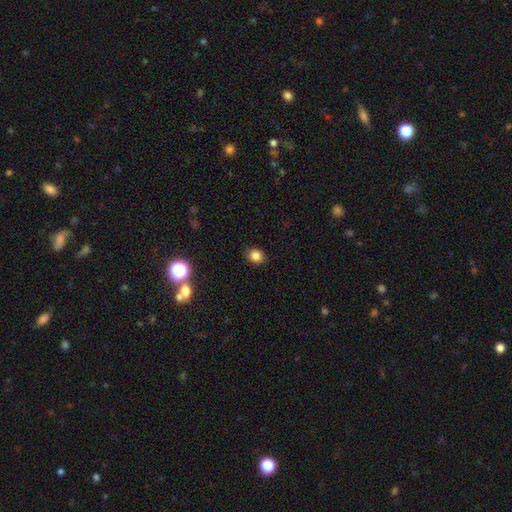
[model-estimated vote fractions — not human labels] Smooth or featured?
  - smooth: 83% *
  - star or artifact: 13%
  - featured or disk: 4%
How rounded?
  - round: 70% *
  - in between: 29%
  - cigar-shaped: 1%
Merging?
  - none: 88% *
  - minor disturbance: 9%
  - major disturbance: 2%
  - merger: 1%